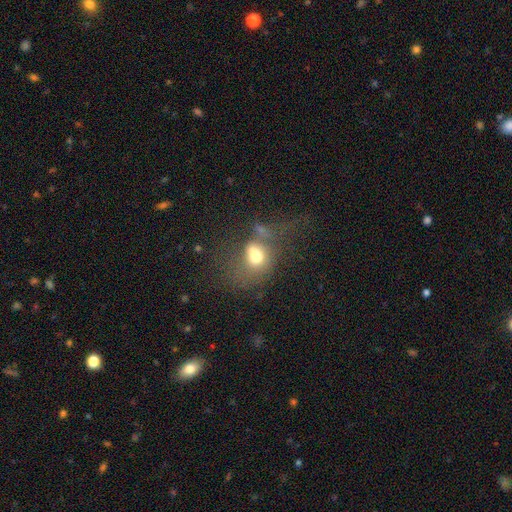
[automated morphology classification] A smooth galaxy with no disk features (62%) that is in between round and cigar-shaped (67%). Merging: major disturbance (40%).